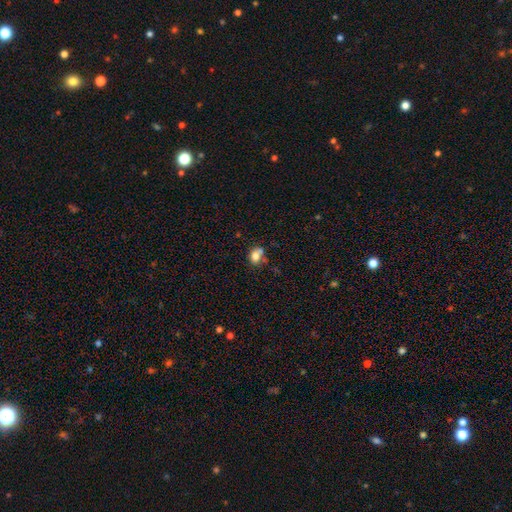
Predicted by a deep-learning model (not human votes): Q: Smooth or featured?
A: smooth (78%); runner-up: star or artifact (11%)
Q: How rounded?
A: in between (56%); runner-up: round (43%)
Q: Merging?
A: none (43%); runner-up: merger (30%)